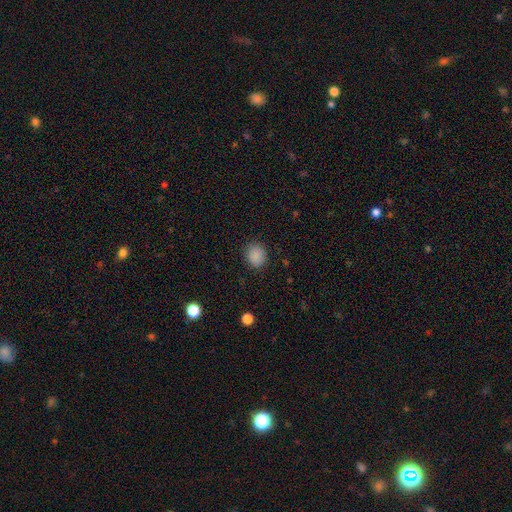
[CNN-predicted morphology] Smooth or featured: smooth — 87% (star or artifact — 10%)
How rounded: round — 71% (in between — 28%)
Merging: none — 87% (minor disturbance — 9%)